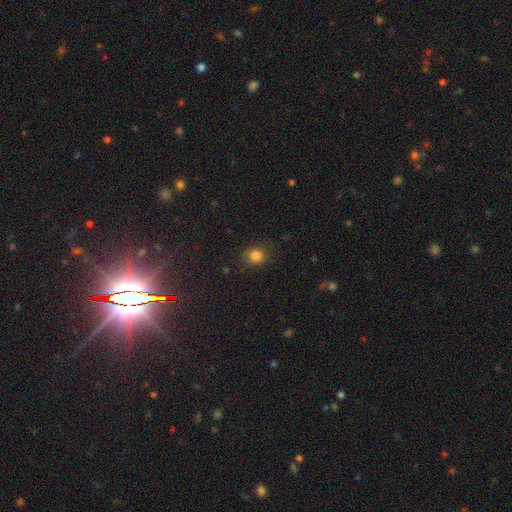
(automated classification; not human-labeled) A smooth galaxy with no disk features (82%) that is round (74%). Merging: none (83%).